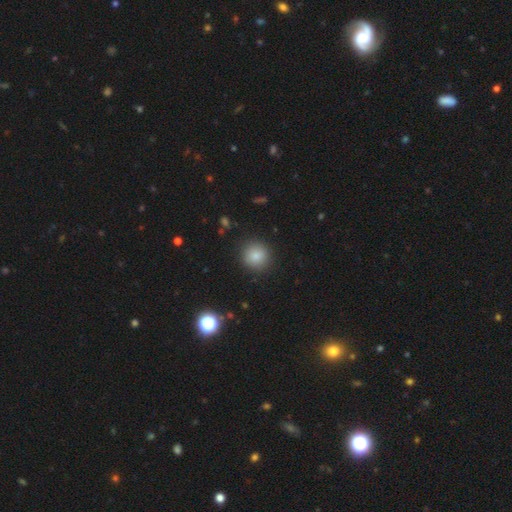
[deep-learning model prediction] Overall: smooth (84%). How rounded: round (92%). Merging: none (89%).